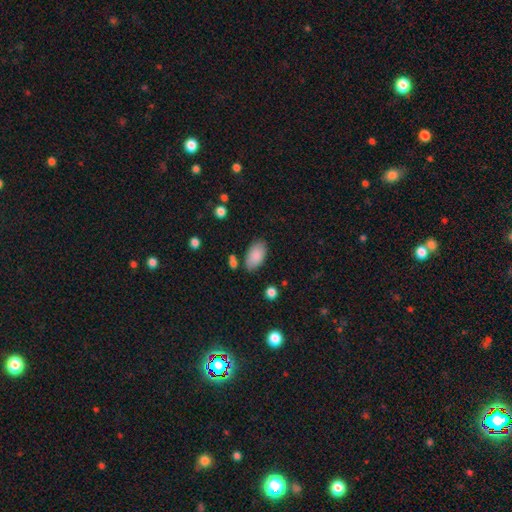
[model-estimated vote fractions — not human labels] Smooth or featured?
  - smooth: 87% *
  - star or artifact: 7%
  - featured or disk: 6%
How rounded?
  - in between: 94% *
  - round: 4%
  - cigar-shaped: 2%
Merging?
  - none: 80% *
  - minor disturbance: 13%
  - merger: 4%
  - major disturbance: 3%